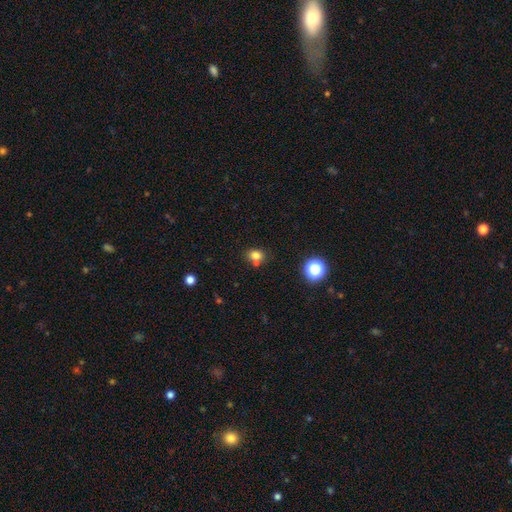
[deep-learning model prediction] Smooth or featured? Predicted: smooth (p=0.77). How rounded? Predicted: round (p=0.60). Merging? Predicted: none (p=0.62).